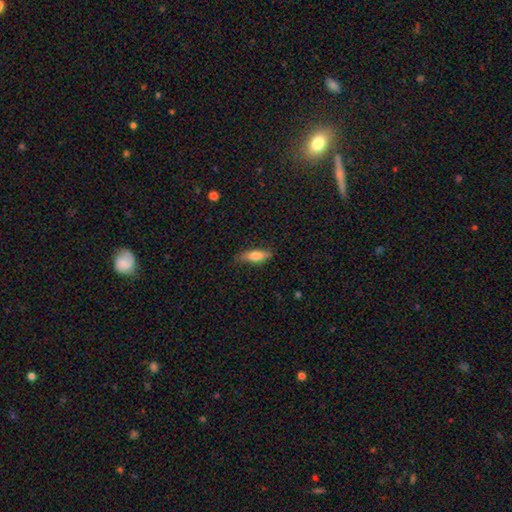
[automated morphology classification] A smooth galaxy with no disk features (72%) that is cigar-shaped (51%).

Vote fractions:
- Smooth or featured? smooth: 72% / featured or disk: 21% / star or artifact: 6%
- How rounded? cigar-shaped: 51% / in between: 47% / round: 2%
- Merging? none: 76% / minor disturbance: 19% / major disturbance: 4% / merger: 1%